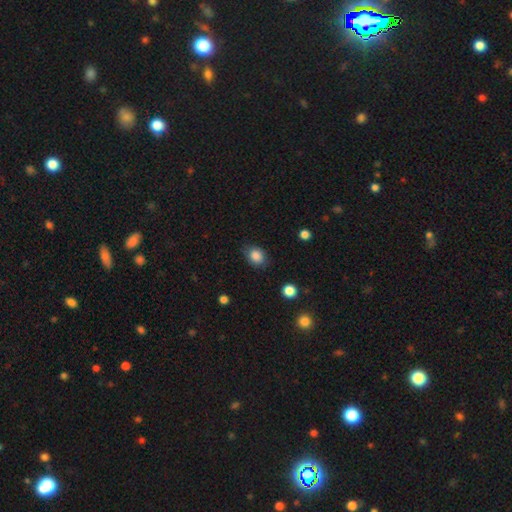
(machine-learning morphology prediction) The model was most divided on "how rounded": in between: 51%, round: 48%, cigar-shaped: 1%. More confident: smooth or featured — smooth (86%); merging — none (79%).